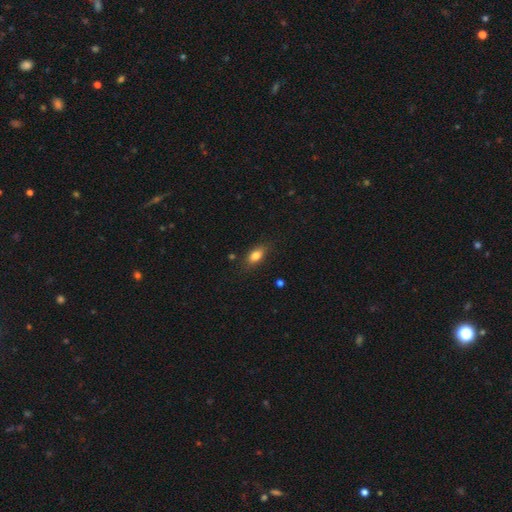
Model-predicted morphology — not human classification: type=smooth (82%); roundness=in between (84%); merging=none (80%).